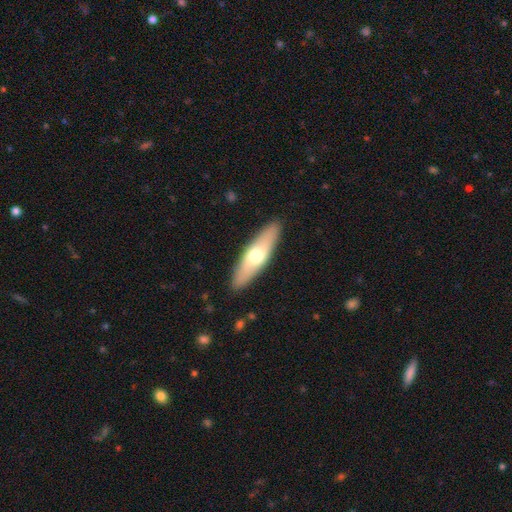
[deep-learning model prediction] smooth-or-featured: smooth: 56% | featured or disk: 39% | star or artifact: 5%
  how-rounded: cigar-shaped: 61% | in between: 37% | round: 2%
  merging: none: 90% | minor disturbance: 7% | major disturbance: 2% | merger: 1%